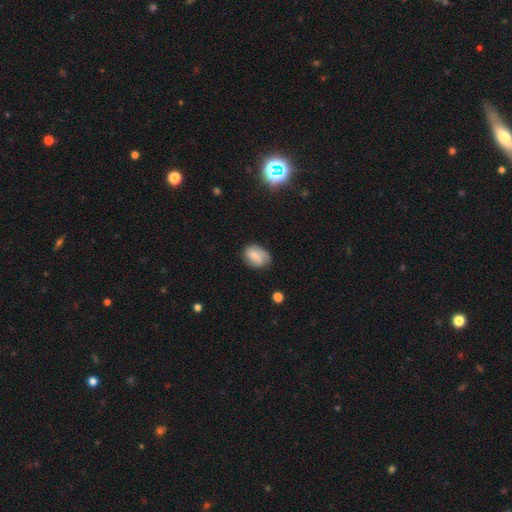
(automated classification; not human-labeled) Smooth or featured: smooth — 56% (featured or disk — 35%)
How rounded: in between — 71% (round — 28%)
Merging: none — 60% (minor disturbance — 28%)